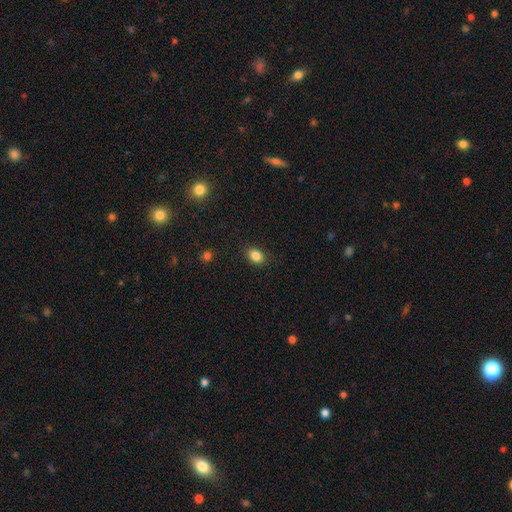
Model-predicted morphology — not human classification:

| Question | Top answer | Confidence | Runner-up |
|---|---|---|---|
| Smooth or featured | smooth | 85% | star or artifact (10%) |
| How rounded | in between | 68% | round (31%) |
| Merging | none | 87% | minor disturbance (9%) |